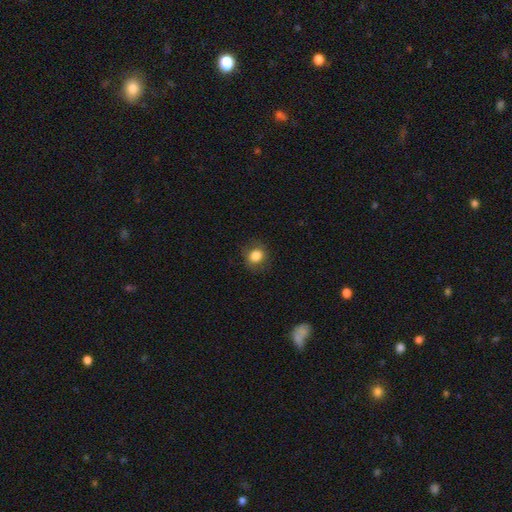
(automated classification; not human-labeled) A smooth galaxy with no disk features (82%) that is round (70%). Merging: none (82%).